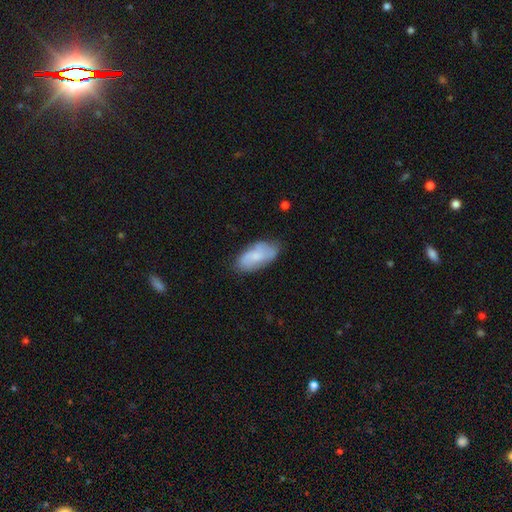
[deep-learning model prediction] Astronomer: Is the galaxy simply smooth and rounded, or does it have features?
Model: smooth — 66%.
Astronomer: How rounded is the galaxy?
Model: in between — 92%.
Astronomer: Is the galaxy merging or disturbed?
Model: none — 68%.